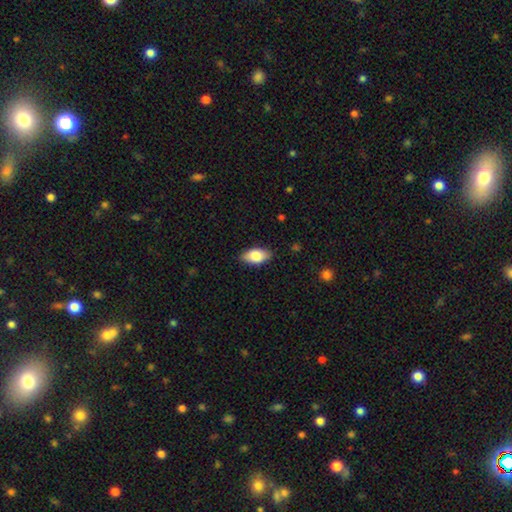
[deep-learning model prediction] smooth_or_featured: smooth (p=0.80) [alt: featured or disk p=0.13]
how_rounded: in between (p=0.91) [alt: cigar-shaped p=0.05]
merging: none (p=0.85) [alt: minor disturbance p=0.12]